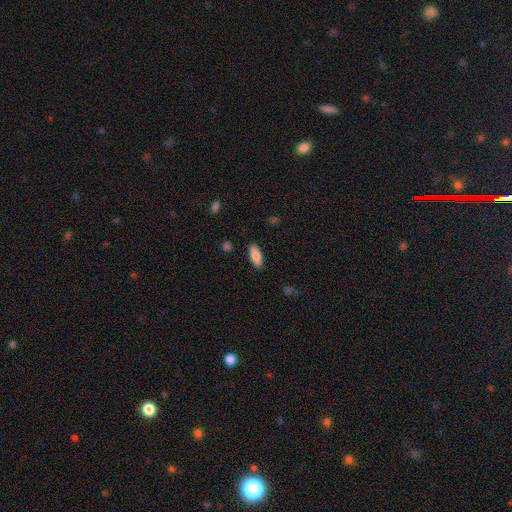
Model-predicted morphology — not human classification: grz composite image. It shows a smooth galaxy with no disk features (84%) that is in between round and cigar-shaped (75%). Merging: none (88%).